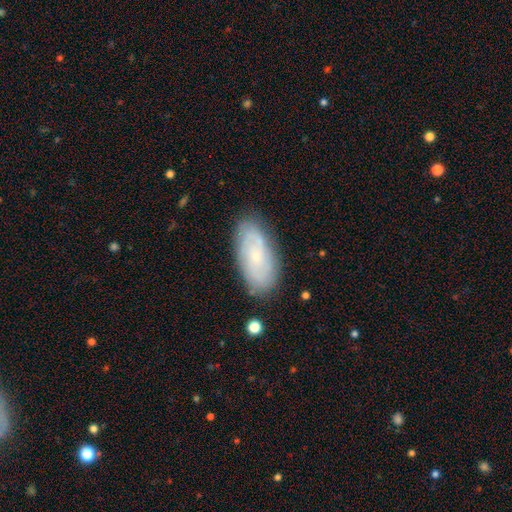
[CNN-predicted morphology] Smooth or featured?
  - featured or disk: 57% *
  - smooth: 35%
  - star or artifact: 8%
Edge-on disk?
  - no: 92% *
  - yes: 8%
Bar?
  - no: 75% *
  - weak: 21%
  - strong: 3%
Spiral arms?
  - yes: 79% *
  - no: 21%
Bulge size?
  - small: 79% *
  - moderate: 16%
  - none: 3%
  - large: 1%
  - dominant: 1%
Merging?
  - none: 81% *
  - minor disturbance: 14%
  - major disturbance: 3%
  - merger: 2%